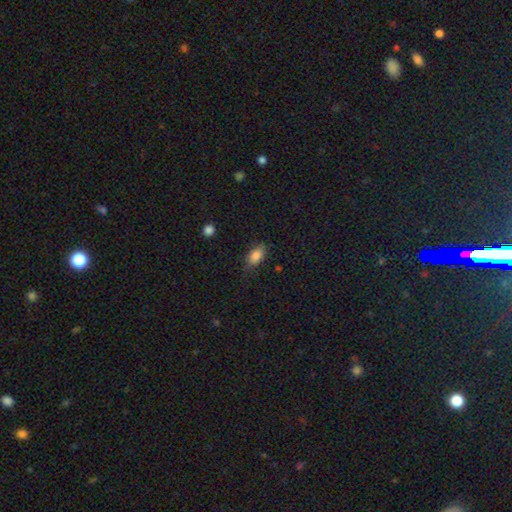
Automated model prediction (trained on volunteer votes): Overall: smooth (83%). How rounded: in between (88%). Merging: none (75%).